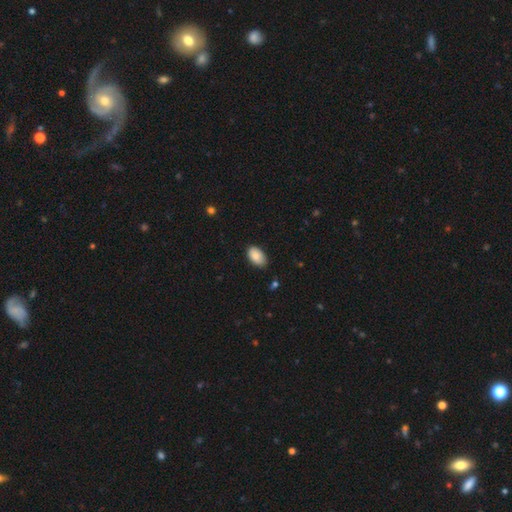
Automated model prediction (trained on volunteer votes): smooth 86%, featured or disk 7%, star or artifact 7%. Down the decision tree: how rounded — in between (93%); merging — none (83%).